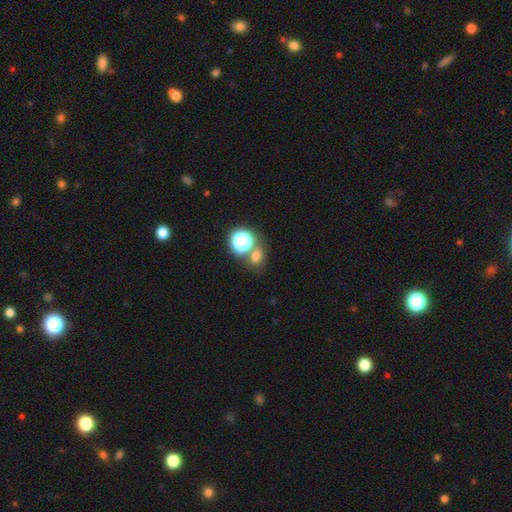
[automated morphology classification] This appears to be a smooth galaxy with no disk features (64%) that is round (54%). Merging: none (59%).